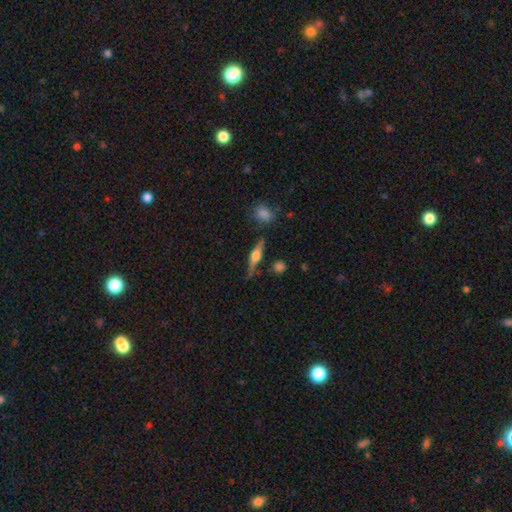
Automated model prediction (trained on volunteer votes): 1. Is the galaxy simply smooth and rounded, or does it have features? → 67% featured or disk, 26% smooth, 7% star or artifact.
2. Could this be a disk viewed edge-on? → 96% yes, 4% no.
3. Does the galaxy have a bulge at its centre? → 91% rounded, 6% boxy, 2% none.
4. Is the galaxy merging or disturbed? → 76% none, 15% minor disturbance, 5% merger, 4% major disturbance.